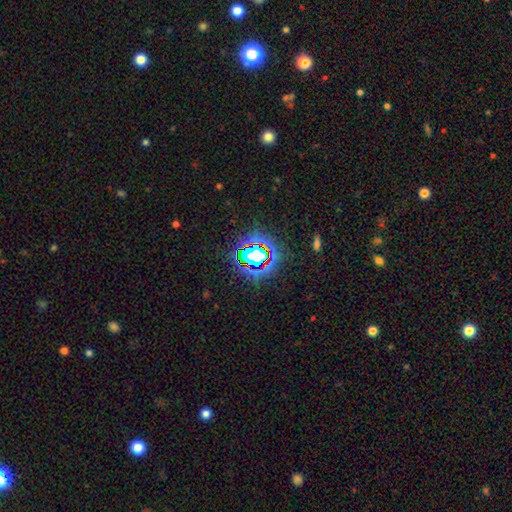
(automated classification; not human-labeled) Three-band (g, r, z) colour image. It shows a star or artifact, not a galaxy (72%).